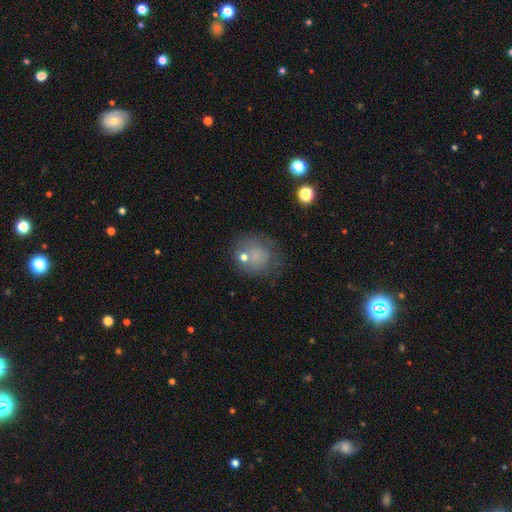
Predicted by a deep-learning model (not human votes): smooth 65%, featured or disk 20%, star or artifact 15%. Down the decision tree: how rounded — round (81%); merging — none (58%).